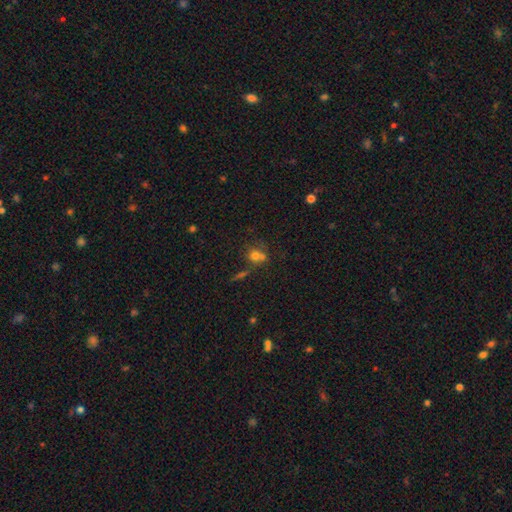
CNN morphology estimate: A smooth galaxy with no disk features (69%) that is round (75%). Merging: none (45%).